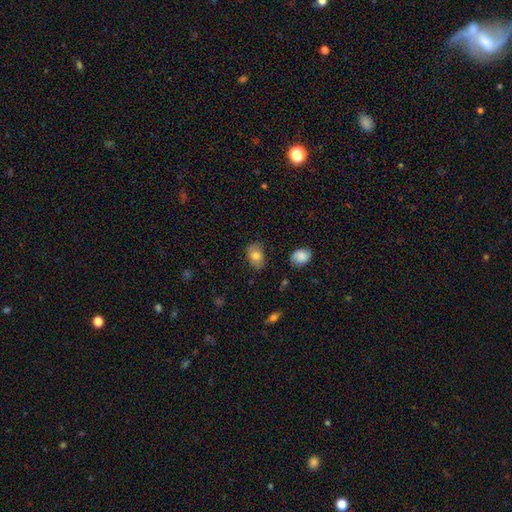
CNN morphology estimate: The model was most divided on "merging": none: 78%, minor disturbance: 17%, major disturbance: 3%, merger: 2%. More confident: how rounded — in between (85%); smooth or featured — smooth (79%).